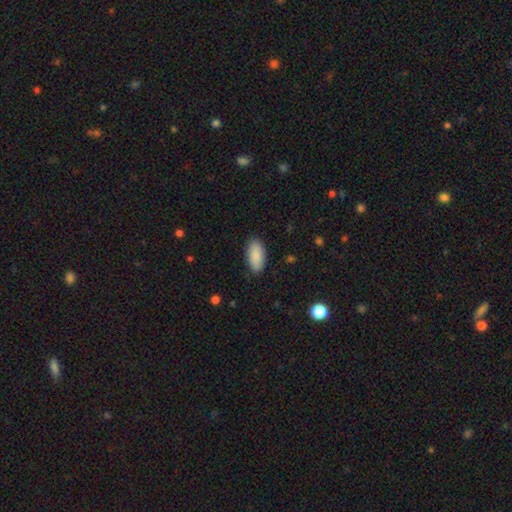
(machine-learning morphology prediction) This is clearly a smooth galaxy (89%). How rounded: clearly in between (93%). Merging: clearly none (87%).